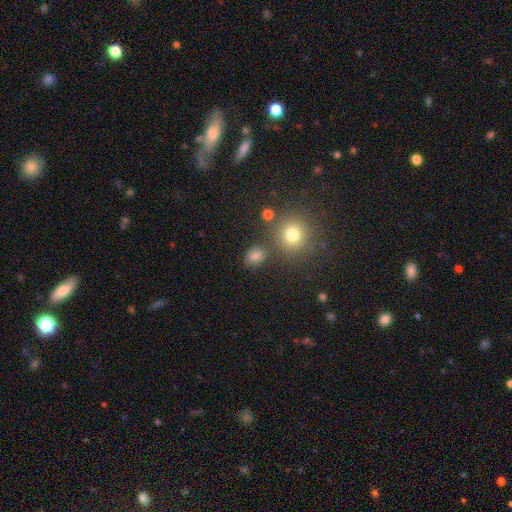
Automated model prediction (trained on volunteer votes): This appears to be a smooth galaxy with no disk features (77%) that is round (58%). Merging: none (78%).